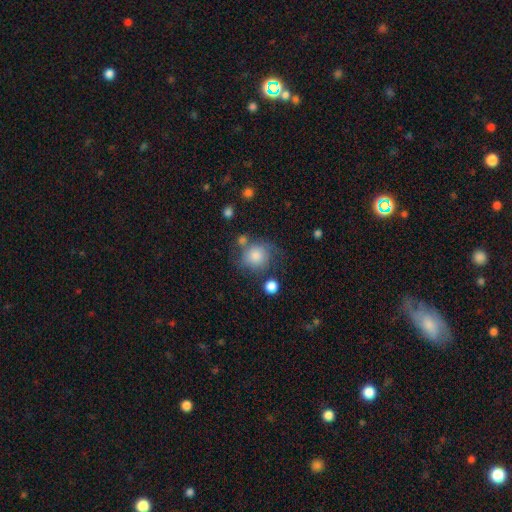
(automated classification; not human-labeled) This appears to be a smooth galaxy with no disk features (77%) that is round (80%). Merging: none (52%).